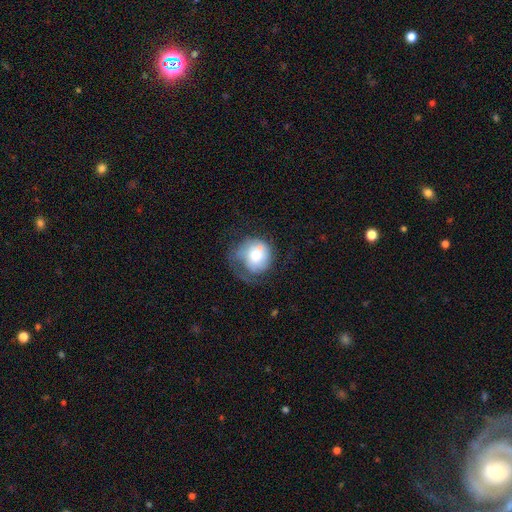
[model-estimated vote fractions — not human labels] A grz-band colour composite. It shows a smooth galaxy with no disk features (58%) that is round (81%). Merging: major disturbance (34%, tied with none).